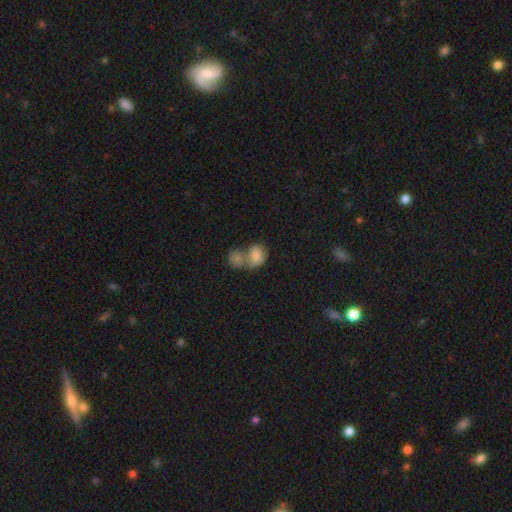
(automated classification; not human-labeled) smooth 81%, featured or disk 11%, star or artifact 8%. Down the decision tree: how rounded — in between (61%); merging — merger (66%).